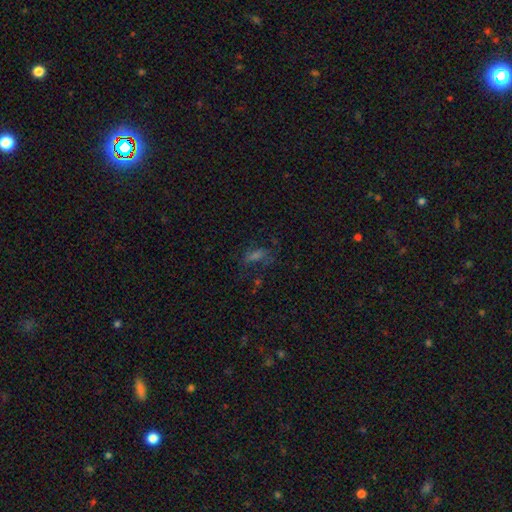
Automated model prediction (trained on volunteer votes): Overall: smooth (38%; star or artifact 36%). Merging: none (52%; major disturbance 23%).